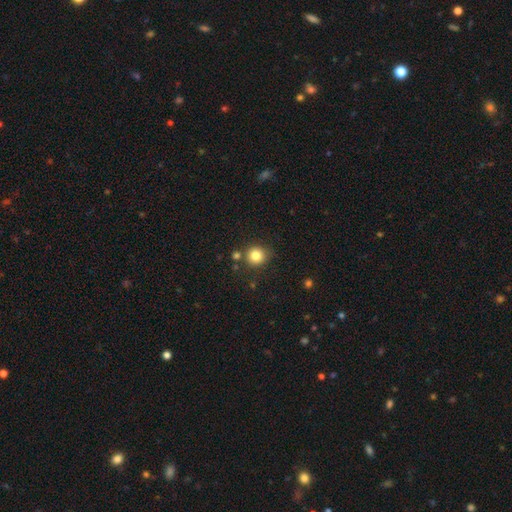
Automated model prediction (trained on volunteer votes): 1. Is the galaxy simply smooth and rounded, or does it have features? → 83% smooth, 11% star or artifact, 6% featured or disk.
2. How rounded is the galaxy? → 90% round, 9% in between, 1% cigar-shaped.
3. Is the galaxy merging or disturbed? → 80% none, 10% minor disturbance, 7% merger, 3% major disturbance.